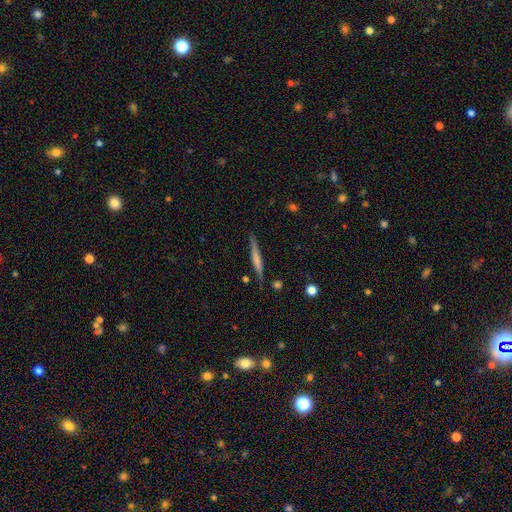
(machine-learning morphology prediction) A featured or disk galaxy (53%) viewed edge-on (97%) with no central bulge (56%).

Vote fractions:
- Smooth or featured? featured or disk: 53% / smooth: 40% / star or artifact: 7%
- Edge-on disk? yes: 97% / no: 3%
- Edge-on bulge? none: 56% / rounded: 28% / boxy: 16%
- Merging? none: 87% / minor disturbance: 10% / merger: 2% / major disturbance: 2%